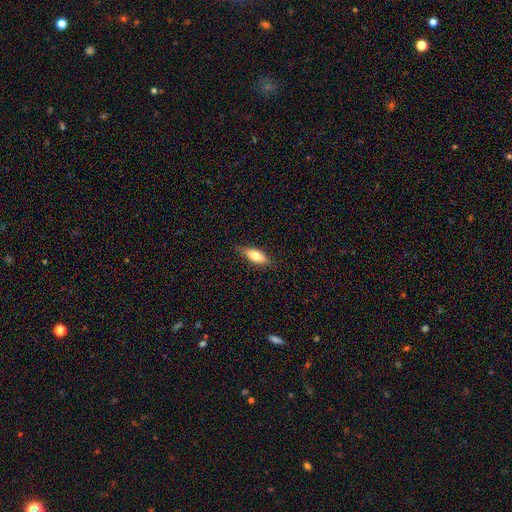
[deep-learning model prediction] A smooth galaxy with no disk features (71%) that is in between round and cigar-shaped (66%).

Vote fractions:
- Smooth or featured? smooth: 71% / featured or disk: 23% / star or artifact: 6%
- How rounded? in between: 66% / cigar-shaped: 32% / round: 3%
- Merging? none: 80% / minor disturbance: 16% / major disturbance: 3% / merger: 1%